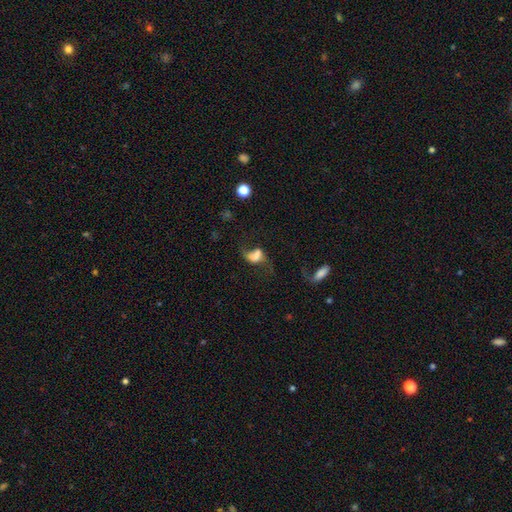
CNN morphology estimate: Smooth or featured?
  - featured or disk: 45% *
  - smooth: 40%
  - star or artifact: 15%
Merging?
  - major disturbance: 33% *
  - none: 32%
  - merger: 20%
  - minor disturbance: 16%